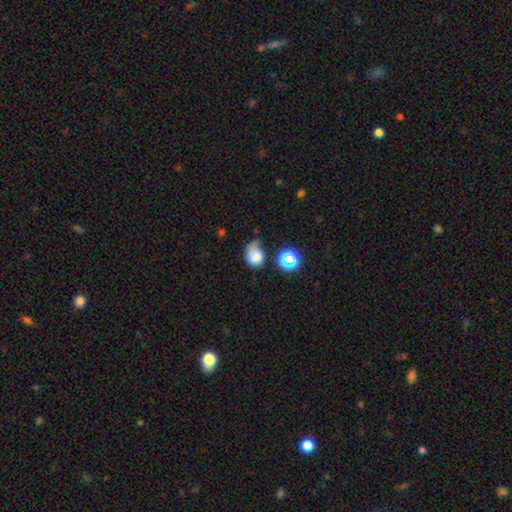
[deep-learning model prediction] Smooth or featured? smooth (69%)
How rounded? round (52%)
Merging? minor disturbance (31%)